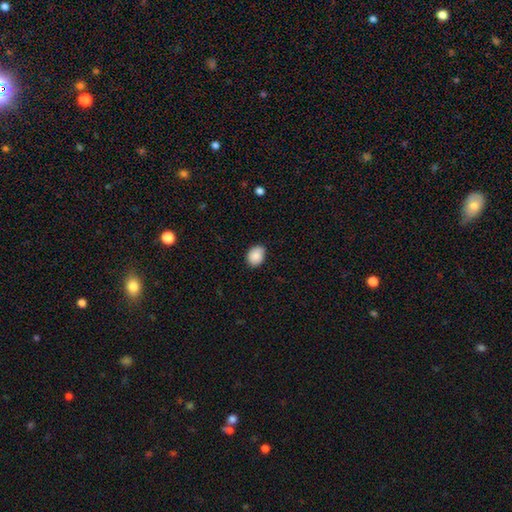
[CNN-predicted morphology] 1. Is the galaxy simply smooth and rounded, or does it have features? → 88% smooth, 7% star or artifact, 4% featured or disk.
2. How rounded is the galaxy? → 59% in between, 40% round, 1% cigar-shaped.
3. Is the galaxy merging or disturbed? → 82% none, 15% minor disturbance, 2% major disturbance, 1% merger.